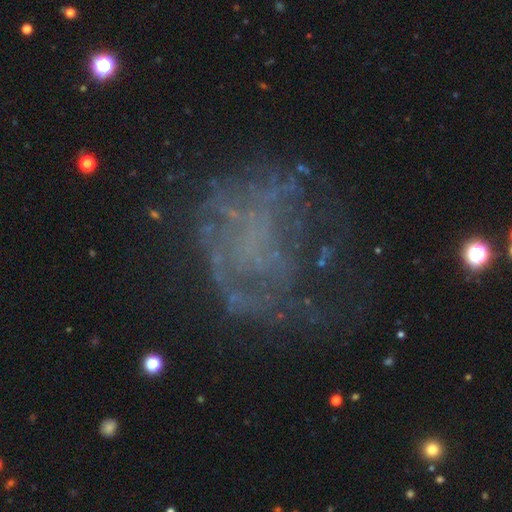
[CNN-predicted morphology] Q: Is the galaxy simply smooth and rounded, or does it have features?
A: featured or disk — 59%.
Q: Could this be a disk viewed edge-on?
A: no — 98%.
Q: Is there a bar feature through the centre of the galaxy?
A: no — 88%.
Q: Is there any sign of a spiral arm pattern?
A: no — 73%.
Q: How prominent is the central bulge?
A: none — 81%.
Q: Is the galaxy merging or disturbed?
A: none — 42%.